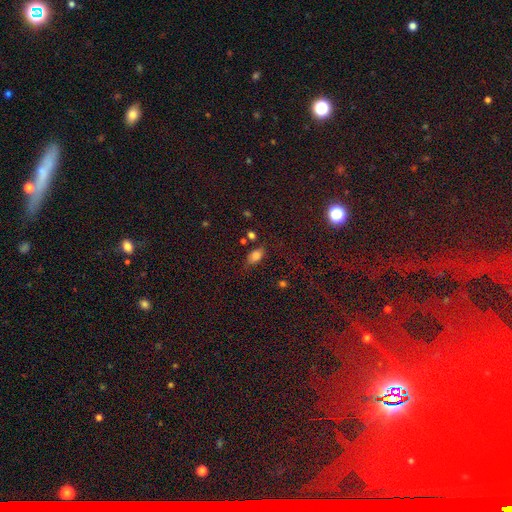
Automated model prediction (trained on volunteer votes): smooth 77%, star or artifact 13%, featured or disk 9%. Down the decision tree: how rounded — in between (86%); merging — none (68%).